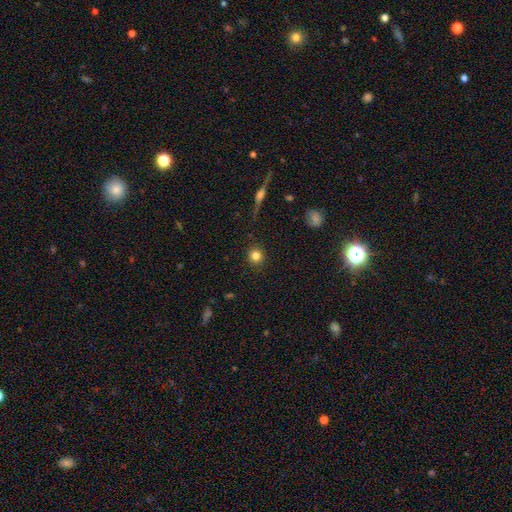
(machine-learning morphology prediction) A smooth galaxy with no disk features (82%) that is round (91%).

Vote fractions:
- Smooth or featured? smooth: 82% / star or artifact: 11% / featured or disk: 7%
- How rounded? round: 91% / in between: 8% / cigar-shaped: 1%
- Merging? none: 90% / minor disturbance: 7% / major disturbance: 2% / merger: 1%